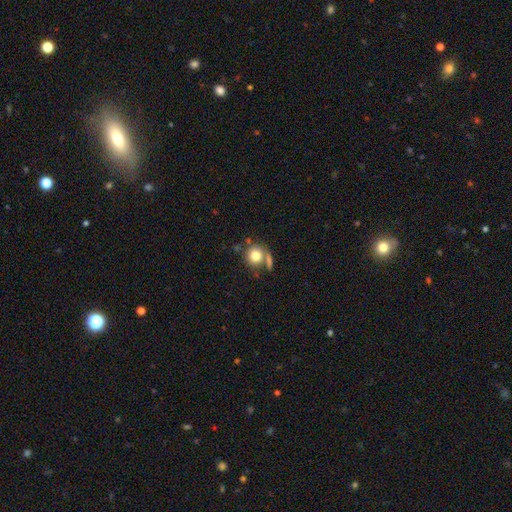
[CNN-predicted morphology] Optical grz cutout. It shows a smooth galaxy with no disk features (79%) that is round (85%). Merging: none (56%).